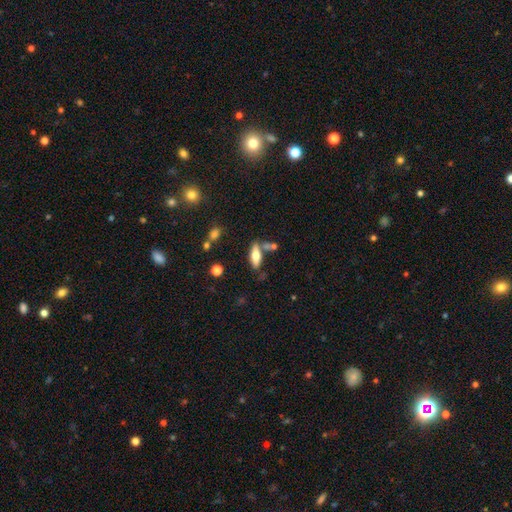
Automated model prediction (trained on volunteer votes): smooth_or_featured: smooth (p=0.64) [alt: featured or disk p=0.29]
how_rounded: in between (p=0.63) [alt: cigar-shaped p=0.35]
merging: none (p=0.63) [alt: merger p=0.16]